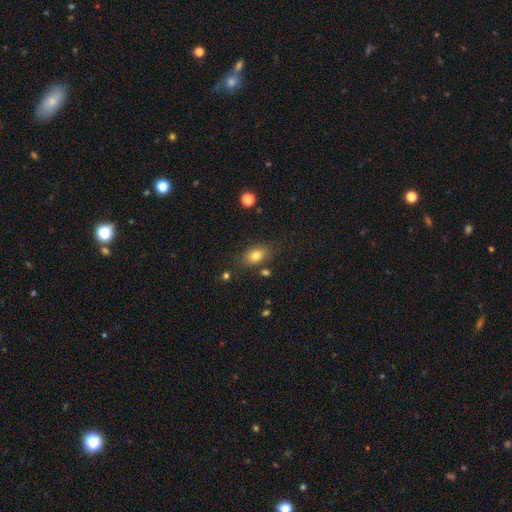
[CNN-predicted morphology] A smooth galaxy with no disk features (79%) that is in between round and cigar-shaped (82%). Merging: none (76%).